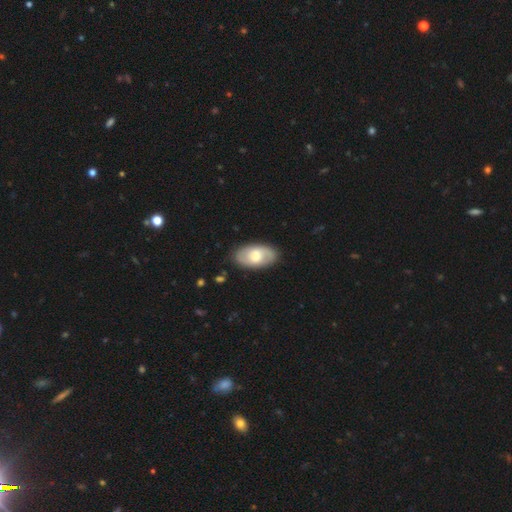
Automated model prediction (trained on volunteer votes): Smooth or featured?
  - smooth: 54% *
  - featured or disk: 41%
  - star or artifact: 5%
How rounded?
  - in between: 94% *
  - round: 4%
  - cigar-shaped: 2%
Merging?
  - none: 86% *
  - minor disturbance: 10%
  - major disturbance: 3%
  - merger: 1%